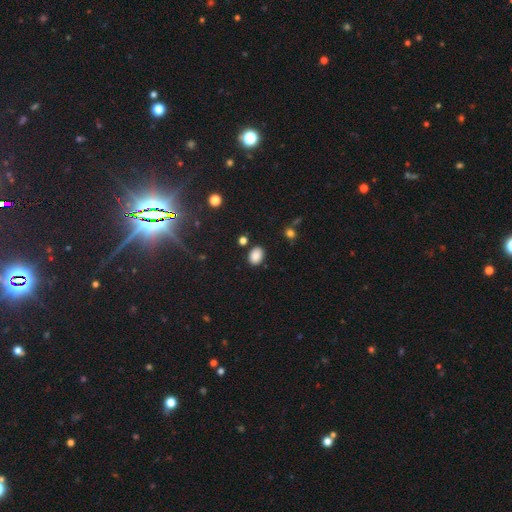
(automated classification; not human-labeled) The model was most divided on "how rounded": in between: 76%, round: 23%, cigar-shaped: 1%. More confident: smooth or featured — smooth (85%); merging — none (83%).